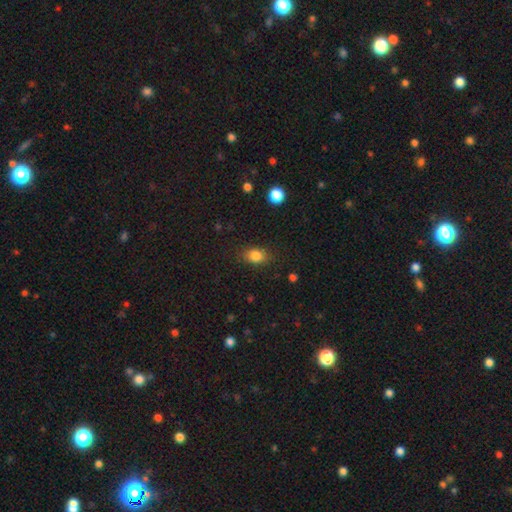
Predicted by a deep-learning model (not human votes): A smooth galaxy with no disk features (83%) that is in between round and cigar-shaped (71%). Merging: none (84%).